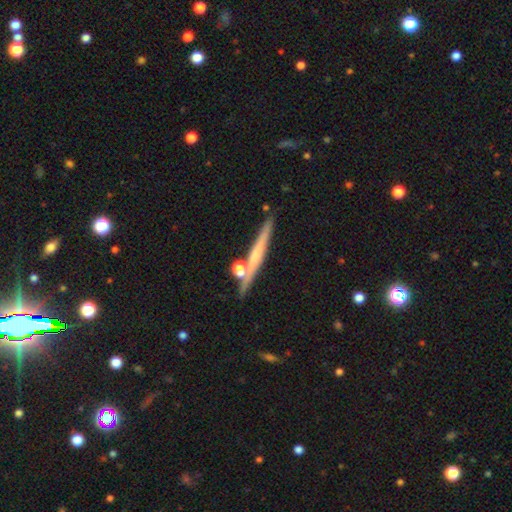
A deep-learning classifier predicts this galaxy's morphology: type=featured or disk (52%); edge-on=yes (94%); merging=none (75%).